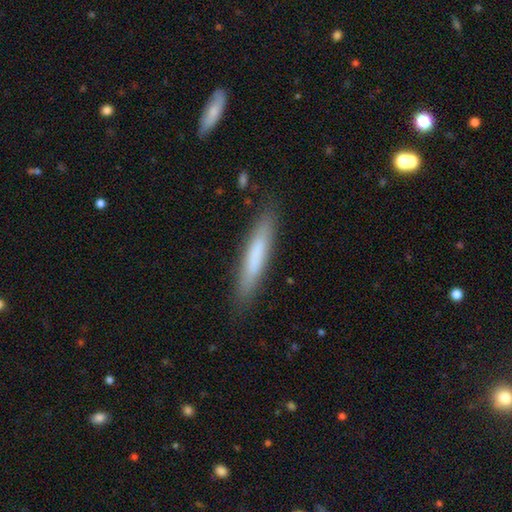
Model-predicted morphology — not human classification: smooth-or-featured: smooth: 72% | featured or disk: 22% | star or artifact: 6%
  how-rounded: cigar-shaped: 91% | in between: 8% | round: 1%
  merging: none: 86% | minor disturbance: 10% | major disturbance: 2% | merger: 1%